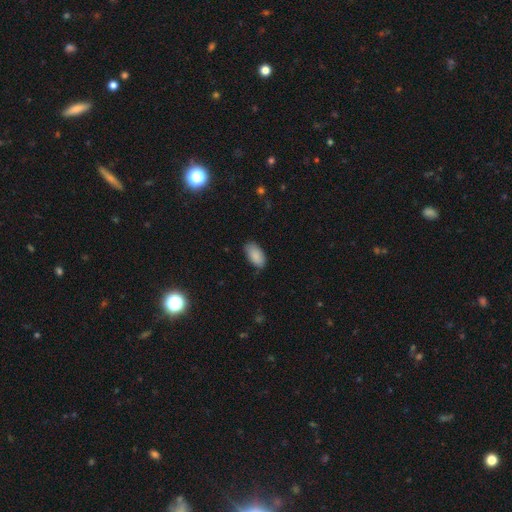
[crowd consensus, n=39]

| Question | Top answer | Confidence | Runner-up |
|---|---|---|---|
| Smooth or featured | smooth | 95% | star or artifact (5%) |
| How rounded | in between | 97% | cigar-shaped (3%) |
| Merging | none | 84% | minor disturbance (8%) |